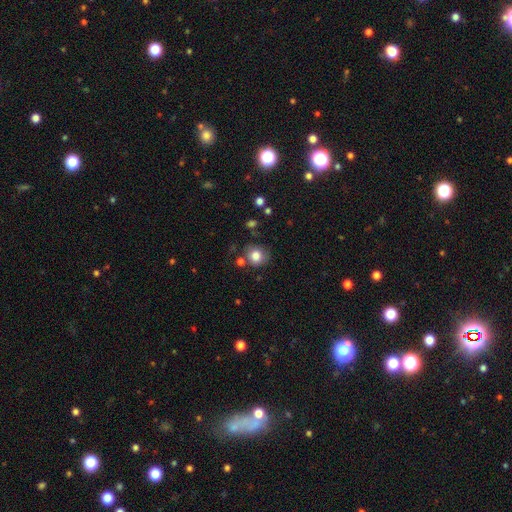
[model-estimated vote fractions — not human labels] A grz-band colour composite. It shows a smooth galaxy with no disk features (82%) that is round (84%). Merging: none (72%).